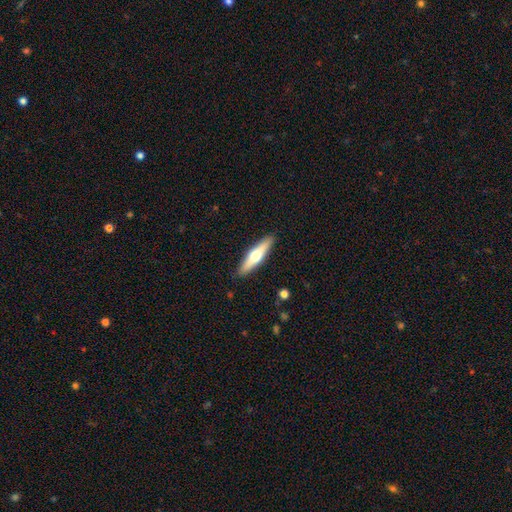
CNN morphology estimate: featured or disk 53%, smooth 42%, star or artifact 5%. Down the decision tree: edge-on disk — yes (94%); merging — none (90%).